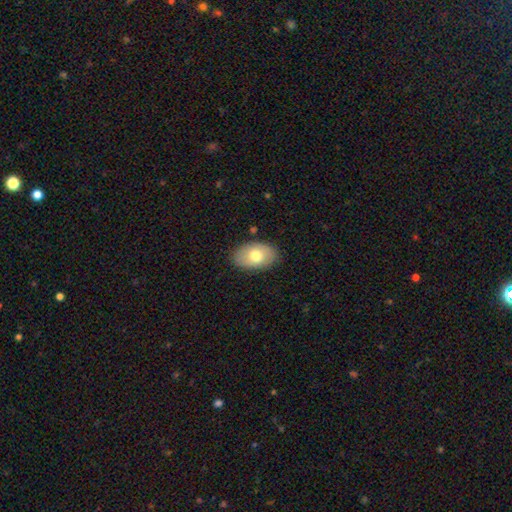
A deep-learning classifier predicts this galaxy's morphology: Smooth or featured?
  - smooth: 71% *
  - featured or disk: 23%
  - star or artifact: 6%
How rounded?
  - in between: 89% *
  - round: 10%
  - cigar-shaped: 1%
Merging?
  - none: 84% *
  - minor disturbance: 12%
  - major disturbance: 3%
  - merger: 1%